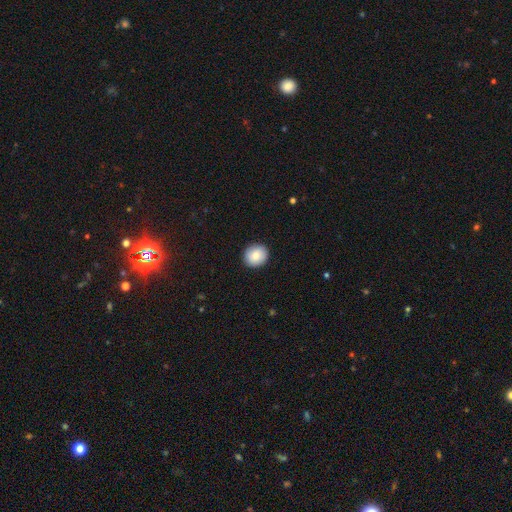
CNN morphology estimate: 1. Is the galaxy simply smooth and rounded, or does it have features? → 83% smooth, 10% featured or disk, 8% star or artifact.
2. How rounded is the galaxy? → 82% round, 17% in between, 1% cigar-shaped.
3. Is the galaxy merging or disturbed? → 90% none, 7% minor disturbance, 2% major disturbance, 1% merger.